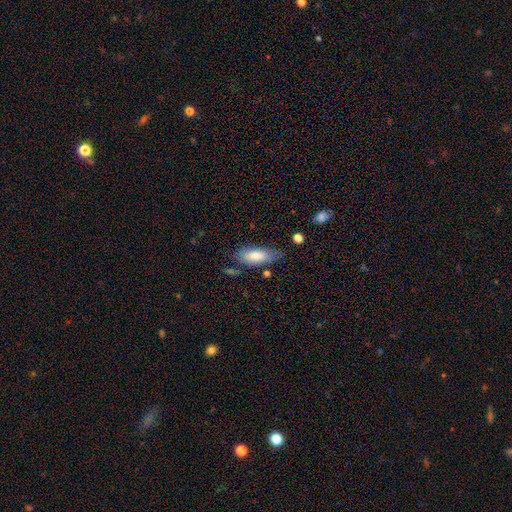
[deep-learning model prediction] smooth 77%, featured or disk 17%, star or artifact 6%. Down the decision tree: how rounded — in between (76%); merging — none (68%).